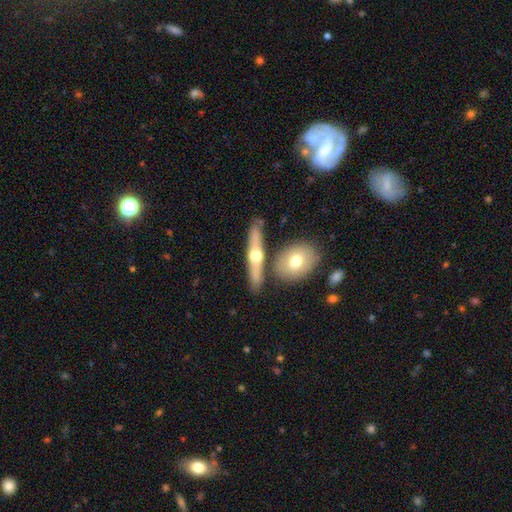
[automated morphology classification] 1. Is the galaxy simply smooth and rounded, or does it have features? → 56% featured or disk, 38% smooth, 6% star or artifact.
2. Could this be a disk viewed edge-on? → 86% yes, 14% no.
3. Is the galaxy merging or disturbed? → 75% none, 11% merger, 10% minor disturbance, 3% major disturbance.